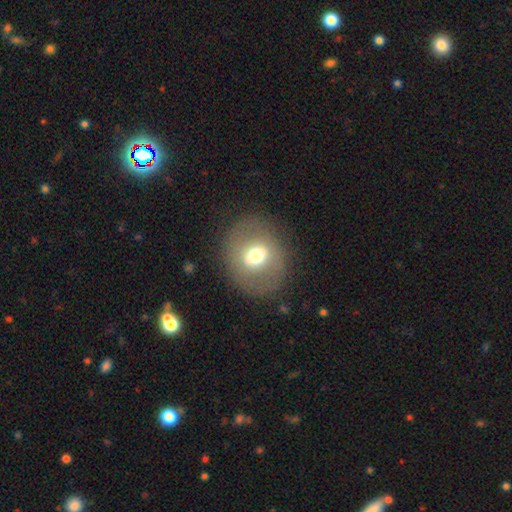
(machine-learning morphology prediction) smooth-or-featured: smooth: 52% | featured or disk: 33% | star or artifact: 14%
  how-rounded: round: 75% | in between: 24% | cigar-shaped: 1%
  merging: none: 85% | minor disturbance: 10% | major disturbance: 4% | merger: 1%